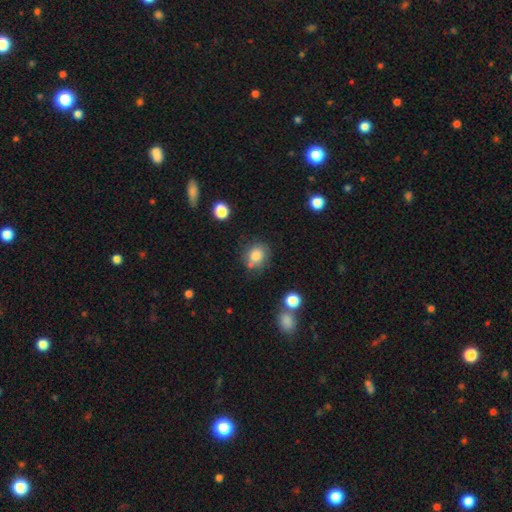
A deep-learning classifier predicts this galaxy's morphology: smooth 81%, star or artifact 11%, featured or disk 8%. Down the decision tree: how rounded — round (69%); merging — none (67%).